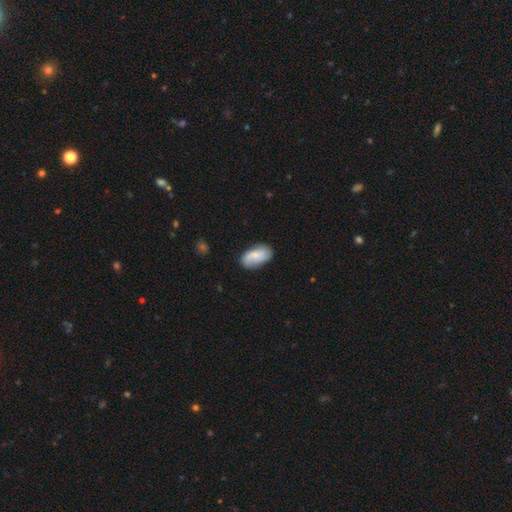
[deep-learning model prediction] Smooth or featured: smooth — 65% (featured or disk — 29%)
How rounded: in between — 93% (round — 4%)
Merging: none — 74% (minor disturbance — 20%)